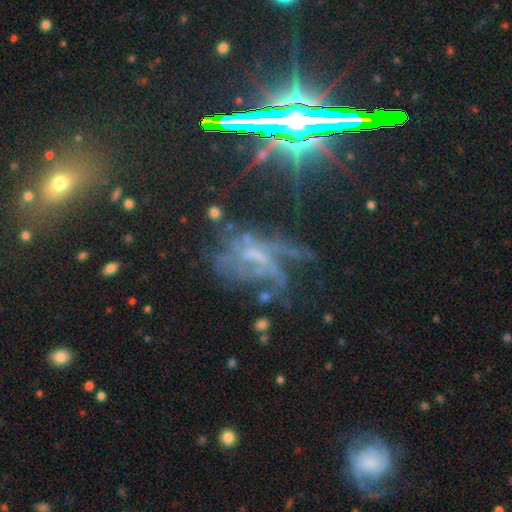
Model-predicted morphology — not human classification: featured or disk 54%, star or artifact 34%, smooth 12%. Down the decision tree: edge-on disk — no (92%); merging — major disturbance (40%).